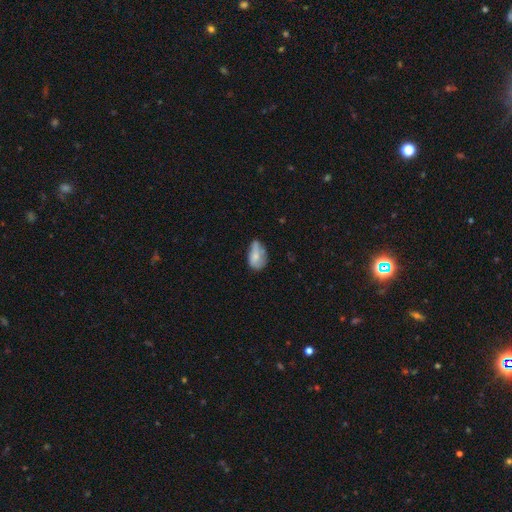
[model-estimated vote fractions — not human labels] Smooth or featured: smooth — 67% (featured or disk — 24%)
How rounded: in between — 87% (round — 9%)
Merging: minor disturbance — 40% (none — 32%)